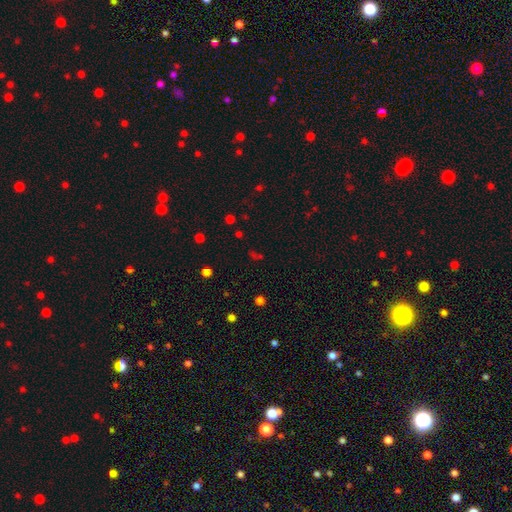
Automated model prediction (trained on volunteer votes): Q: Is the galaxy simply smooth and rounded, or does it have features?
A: star or artifact — 51%.